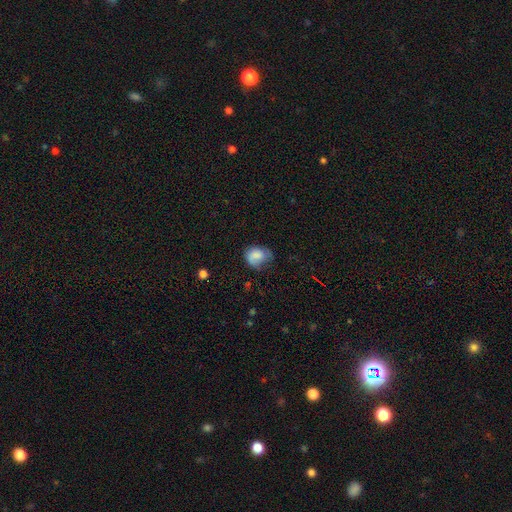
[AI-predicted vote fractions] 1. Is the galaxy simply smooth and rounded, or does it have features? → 74% smooth, 18% featured or disk, 8% star or artifact.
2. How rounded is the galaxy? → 51% in between, 48% round, 1% cigar-shaped.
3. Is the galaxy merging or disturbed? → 45% none, 36% minor disturbance, 18% major disturbance, 2% merger.